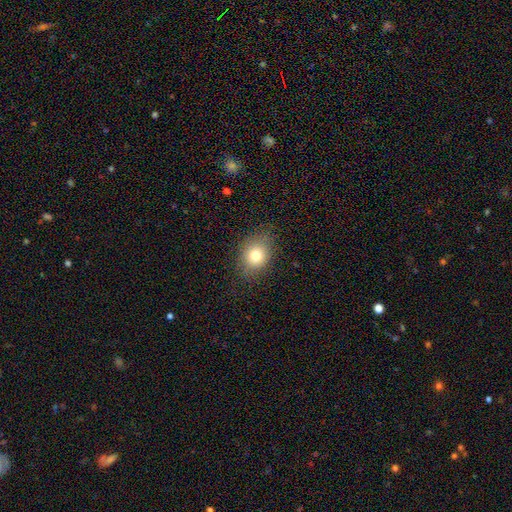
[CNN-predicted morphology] A smooth galaxy with no disk features (77%) that is in between round and cigar-shaped (52%).

Vote fractions:
- Smooth or featured? smooth: 77% / featured or disk: 12% / star or artifact: 12%
- How rounded? in between: 52% / round: 47% / cigar-shaped: 1%
- Merging? none: 80% / minor disturbance: 14% / major disturbance: 5% / merger: 1%